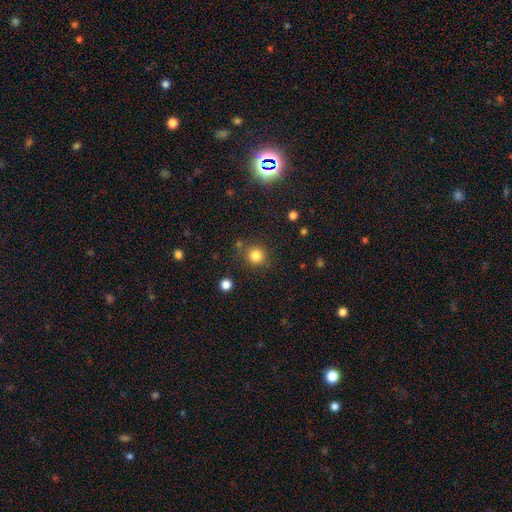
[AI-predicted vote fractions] Smooth or featured?
  - smooth: 82% *
  - star or artifact: 13%
  - featured or disk: 5%
How rounded?
  - round: 91% *
  - in between: 8%
  - cigar-shaped: 1%
Merging?
  - none: 82% *
  - minor disturbance: 9%
  - merger: 5%
  - major disturbance: 4%